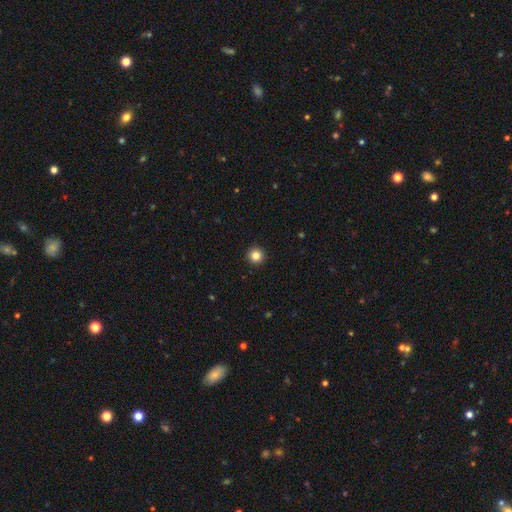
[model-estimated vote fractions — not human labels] smooth 84%, star or artifact 11%, featured or disk 5%. Down the decision tree: how rounded — round (96%); merging — none (94%).